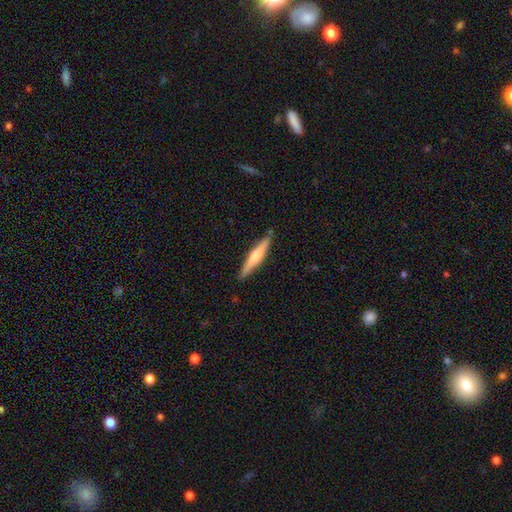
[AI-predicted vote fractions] Smooth or featured? smooth (49%)
Merging? none (87%)